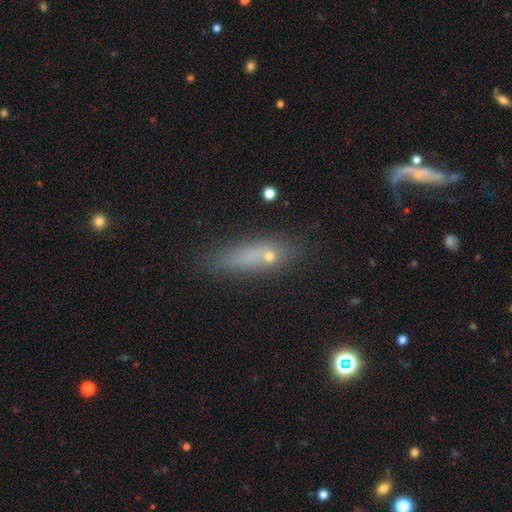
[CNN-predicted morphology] Smooth or featured? smooth (61%)
How rounded? cigar-shaped (61%)
Merging? none (61%)